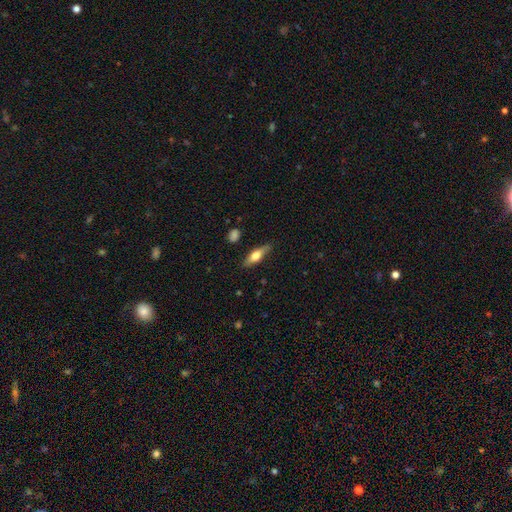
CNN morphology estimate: This appears to be a featured or disk galaxy (50%) viewed edge-on (92%). Merging: none (82%).